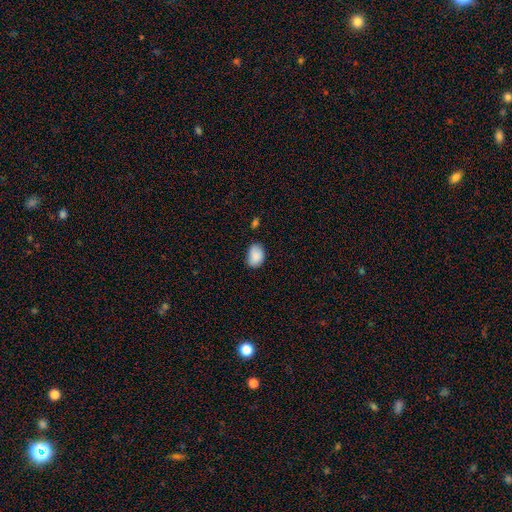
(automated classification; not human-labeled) A smooth galaxy with no disk features (86%) that is in between round and cigar-shaped (78%). Merging: none (63%).